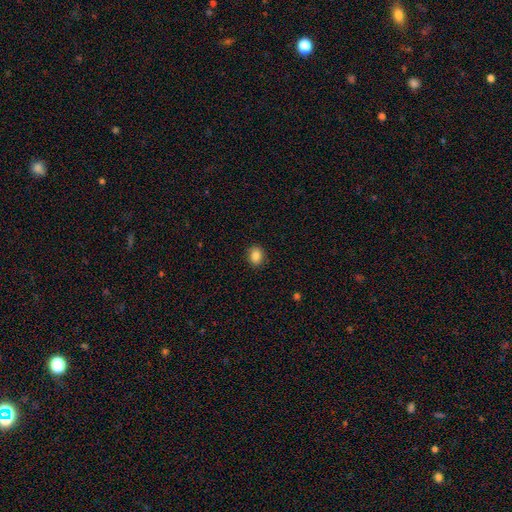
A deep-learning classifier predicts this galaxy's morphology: A smooth galaxy with no disk features (86%) that is round (54%). Merging: none (90%).